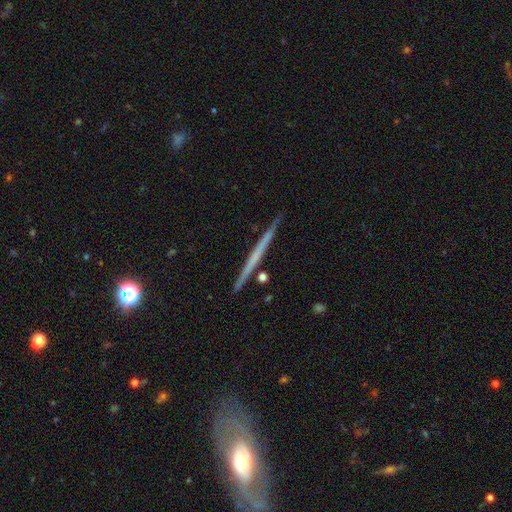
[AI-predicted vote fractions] Smooth or featured: featured or disk — 59% (smooth — 35%)
Edge-on disk: yes — 98% (no — 2%)
Edge-on bulge: none — 90% (rounded — 7%)
Merging: none — 91% (minor disturbance — 6%)